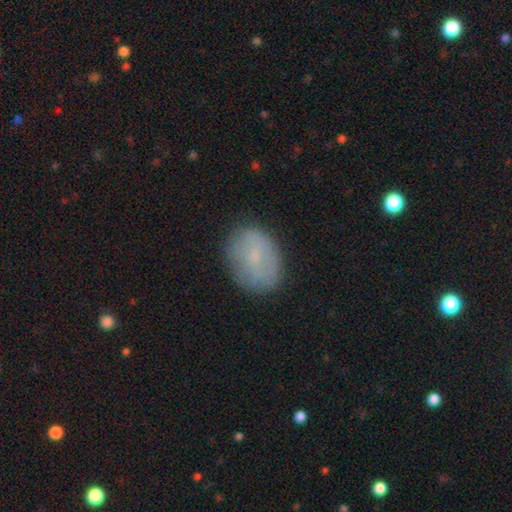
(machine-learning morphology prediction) smooth_or_featured: smooth (p=0.67) [alt: featured or disk p=0.24]
how_rounded: in between (p=0.73) [alt: round p=0.26]
merging: none (p=0.80) [alt: minor disturbance p=0.15]